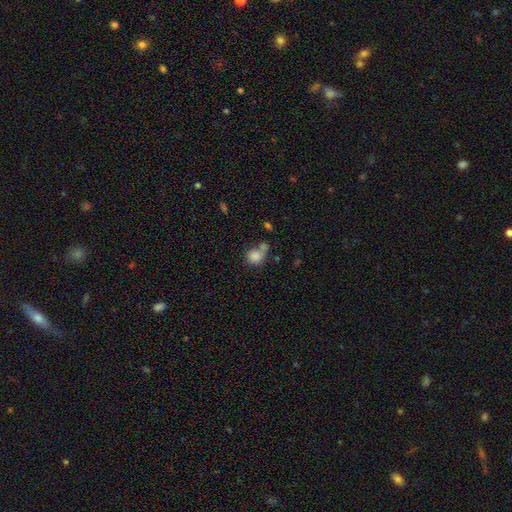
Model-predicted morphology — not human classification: Smooth or featured? Predicted: smooth (p=0.82). How rounded? Predicted: round (p=0.73). Merging? Predicted: none (p=0.40).